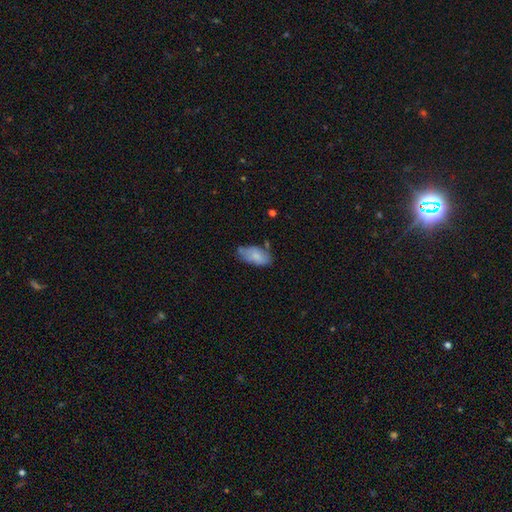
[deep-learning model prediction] A smooth galaxy with no disk features (74%) that is in between round and cigar-shaped (93%). Merging: none (50%).